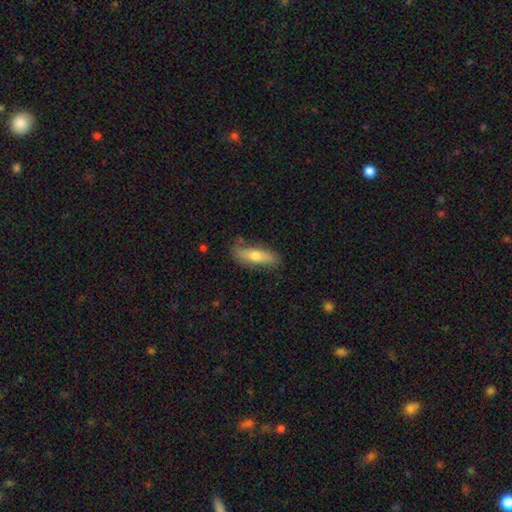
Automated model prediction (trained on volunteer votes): Smooth or featured? Predicted: smooth (p=0.61). How rounded? Predicted: cigar-shaped (p=0.61). Merging? Predicted: none (p=0.76).